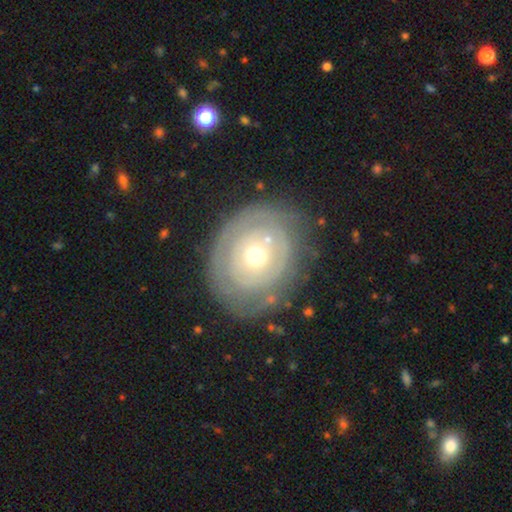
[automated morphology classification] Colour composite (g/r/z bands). It shows a featured or disk galaxy (61%) with no bar (87%), no spiral arms (58%) and a moderate central bulge (52%). Merging: none (65%).